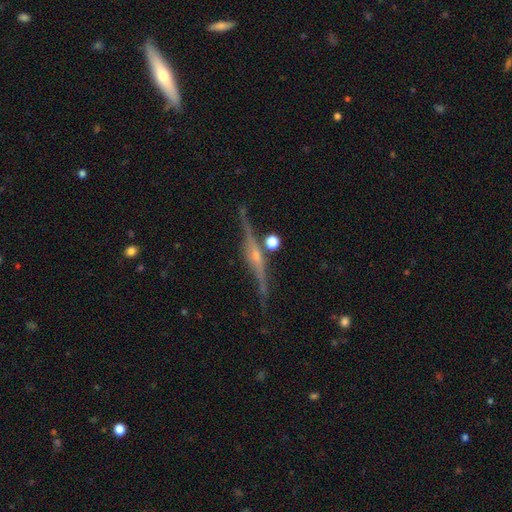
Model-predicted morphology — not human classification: type=featured or disk (83%); edge-on=yes (95%); edge-on bulge=rounded (78%); merging=none (77%).